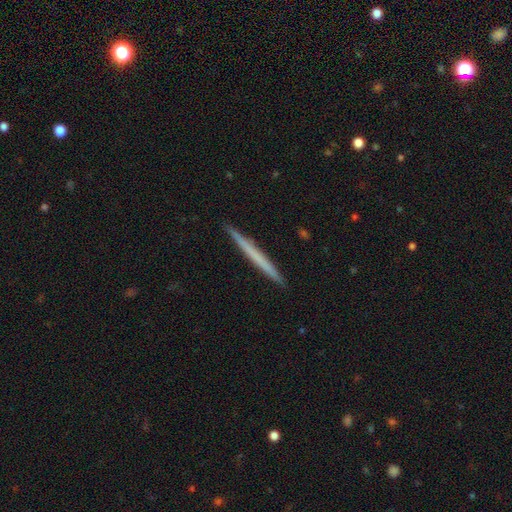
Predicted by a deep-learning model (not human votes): Morphology: type=smooth (51%); roundness=cigar-shaped (97%); merging=none (92%).